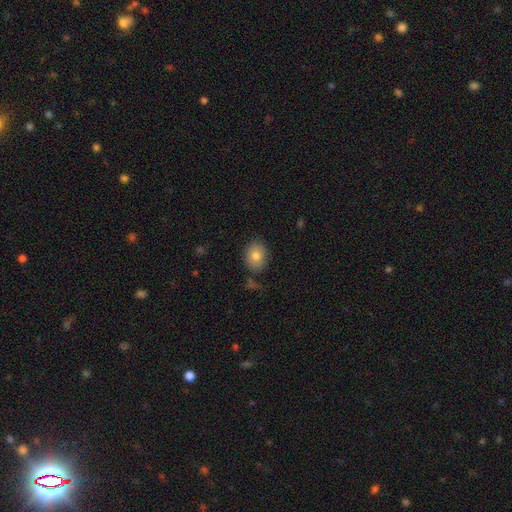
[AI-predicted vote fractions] smooth-or-featured: smooth: 80% | featured or disk: 11% | star or artifact: 9%
  how-rounded: round: 53% | in between: 46% | cigar-shaped: 1%
  merging: none: 81% | minor disturbance: 12% | merger: 3% | major disturbance: 3%